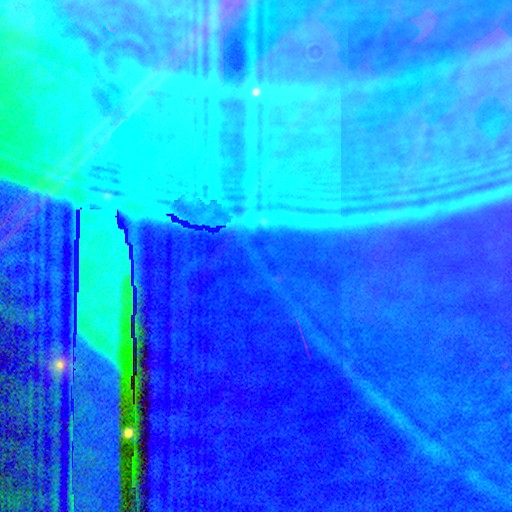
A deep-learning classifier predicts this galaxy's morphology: This is clearly a star or artifact rather than a galaxy (87%).